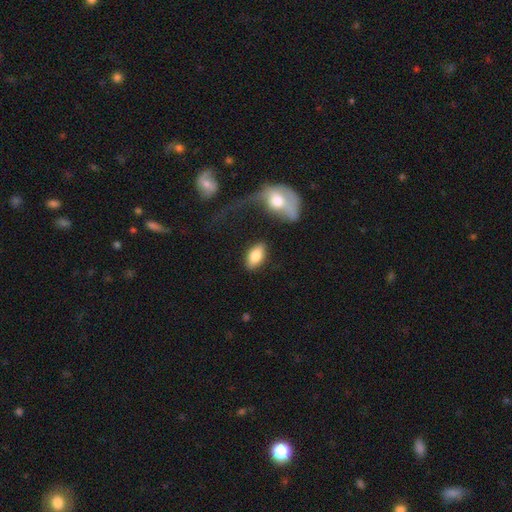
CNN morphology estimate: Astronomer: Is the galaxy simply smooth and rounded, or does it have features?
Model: smooth — 76%.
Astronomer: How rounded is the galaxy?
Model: in between — 89%.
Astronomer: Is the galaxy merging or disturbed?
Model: none — 80%.